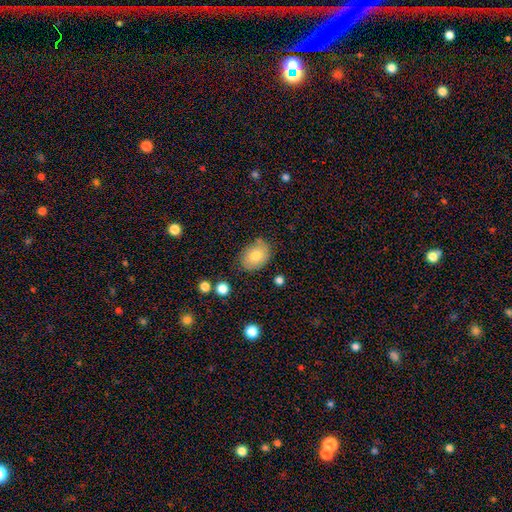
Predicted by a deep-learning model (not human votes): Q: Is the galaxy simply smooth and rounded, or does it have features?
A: smooth — 76%.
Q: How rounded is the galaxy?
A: in between — 71%.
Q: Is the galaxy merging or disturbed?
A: none — 73%.